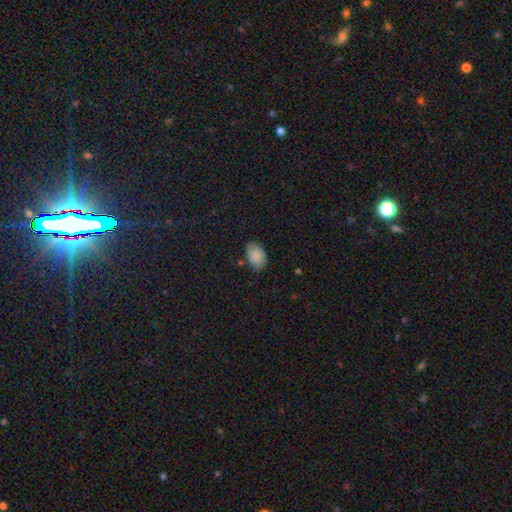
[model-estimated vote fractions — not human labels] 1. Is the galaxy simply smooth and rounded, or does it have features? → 84% smooth, 8% star or artifact, 8% featured or disk.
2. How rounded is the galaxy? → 87% in between, 12% round, 1% cigar-shaped.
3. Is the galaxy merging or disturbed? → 77% none, 18% minor disturbance, 4% major disturbance, 2% merger.